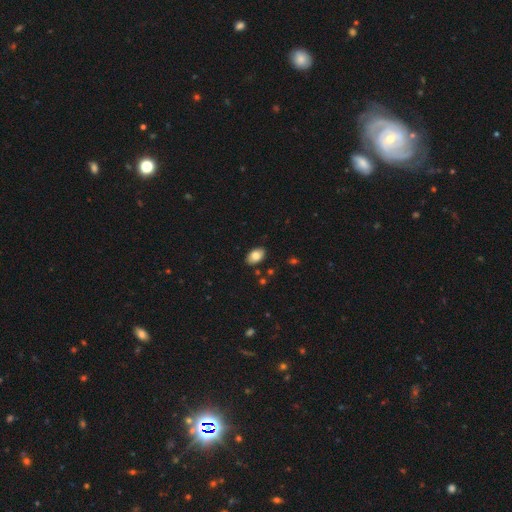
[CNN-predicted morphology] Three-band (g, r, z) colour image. It shows a smooth galaxy with no disk features (83%) that is in between round and cigar-shaped (91%). Merging: none (86%).